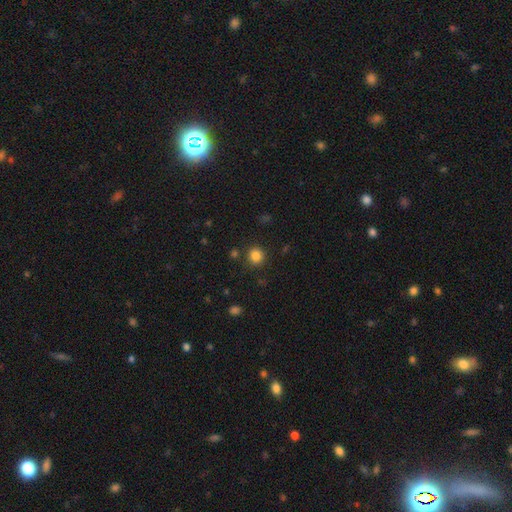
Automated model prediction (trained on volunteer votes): Overall: smooth (83%). How rounded: round (90%). Merging: none (86%).